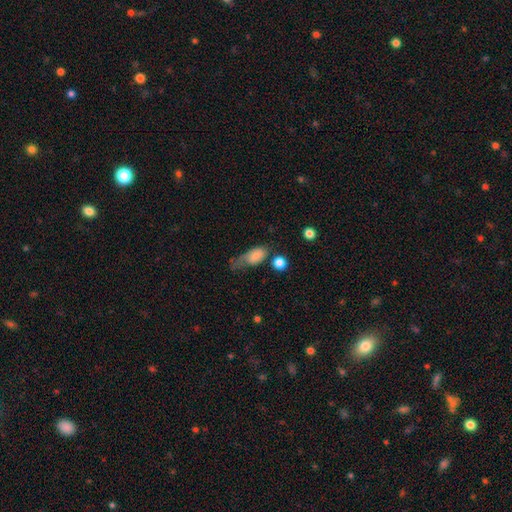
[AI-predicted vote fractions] A smooth galaxy with no disk features (76%) that is in between round and cigar-shaped (84%). Merging: major disturbance (34%).